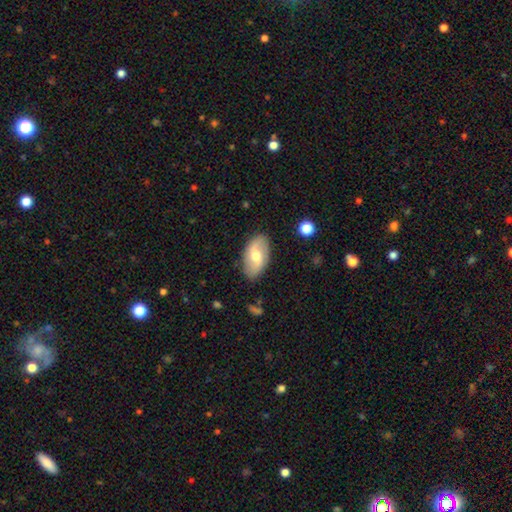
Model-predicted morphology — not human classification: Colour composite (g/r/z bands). It shows a smooth galaxy with no disk features (49%). Merging: none (84%).